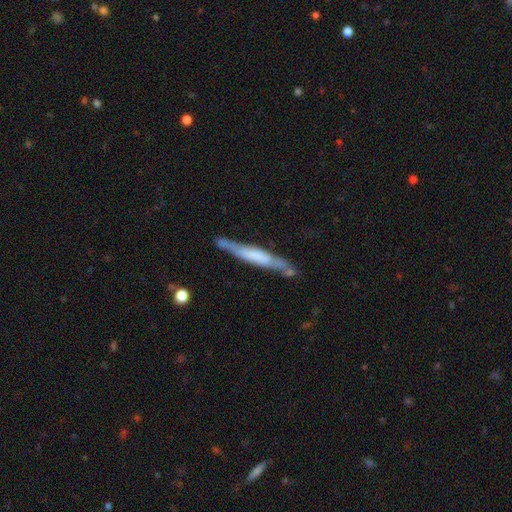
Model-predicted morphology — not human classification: smooth_or_featured: featured or disk (p=0.59) [alt: smooth p=0.35]
disk_edge_on: yes (p=0.89) [alt: no p=0.11]
edge_on_bulge: boxy (p=0.45) [alt: none p=0.34]
merging: none (p=0.74) [alt: minor disturbance p=0.18]